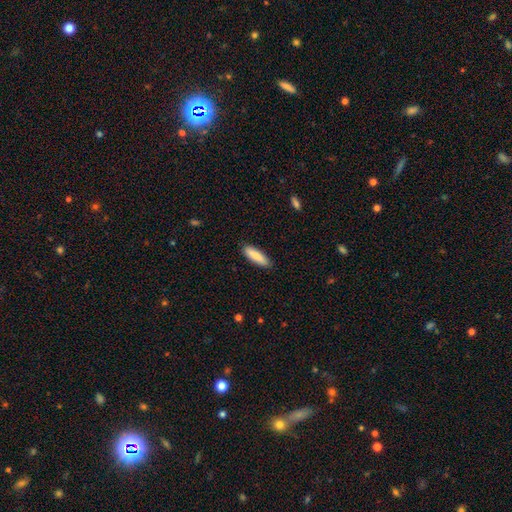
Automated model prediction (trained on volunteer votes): Smooth or featured: smooth — 82% (featured or disk — 12%)
How rounded: cigar-shaped — 57% (in between — 42%)
Merging: none — 88% (minor disturbance — 9%)